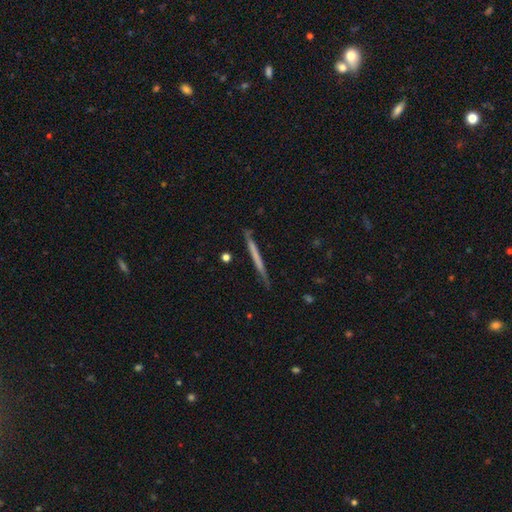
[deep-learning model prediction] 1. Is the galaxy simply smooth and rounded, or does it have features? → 48% smooth, 46% featured or disk, 6% star or artifact.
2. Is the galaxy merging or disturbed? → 85% none, 12% minor disturbance, 2% major disturbance, 2% merger.